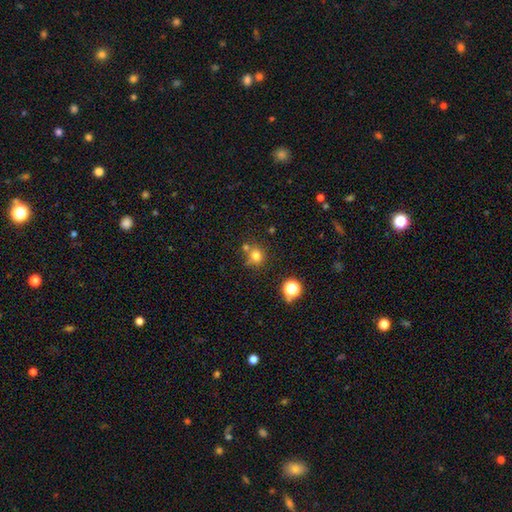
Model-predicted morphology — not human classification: Smooth or featured? Predicted: smooth (p=0.75). How rounded? Predicted: round (p=0.84). Merging? Predicted: none (p=0.65).